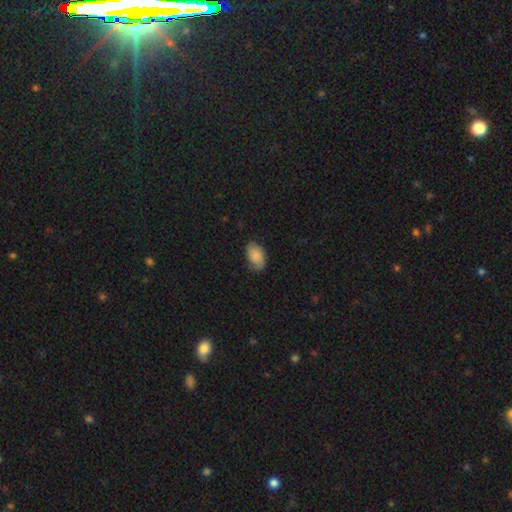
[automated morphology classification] A smooth galaxy with no disk features (85%) that is in between round and cigar-shaped (92%). Merging: none (78%).